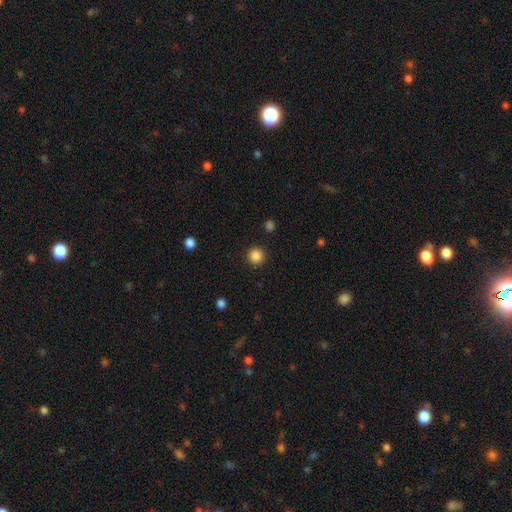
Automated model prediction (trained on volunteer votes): smooth-or-featured: smooth: 86% | star or artifact: 11% | featured or disk: 3%
  how-rounded: round: 95% | in between: 4% | cigar-shaped: 1%
  merging: none: 92% | minor disturbance: 5% | major disturbance: 2% | merger: 1%